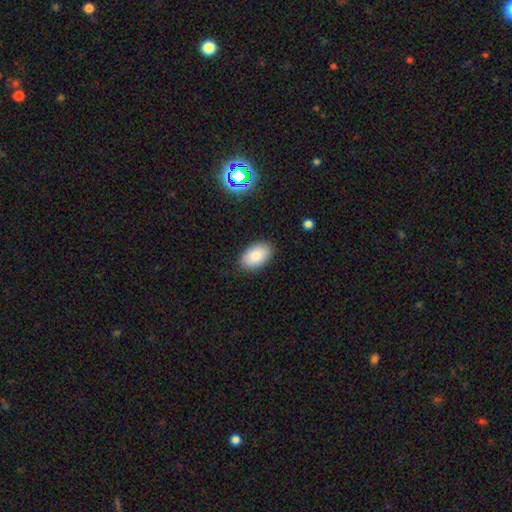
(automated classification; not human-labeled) Smooth or featured: smooth — 82% (featured or disk — 11%)
How rounded: in between — 91% (round — 8%)
Merging: none — 87% (minor disturbance — 10%)